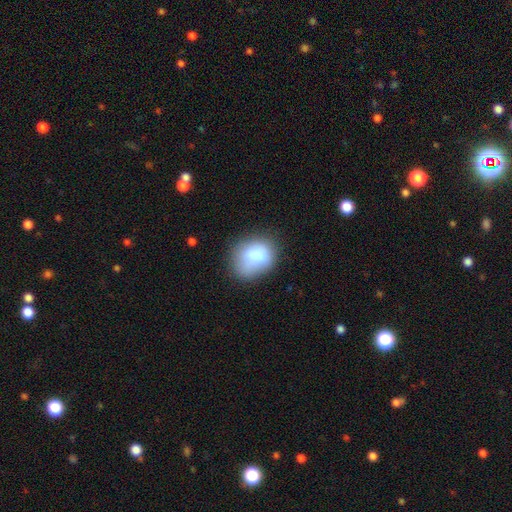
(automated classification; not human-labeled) This appears to be a smooth galaxy with no disk features (81%) that is in between round and cigar-shaped (53%). Merging: none (57%).